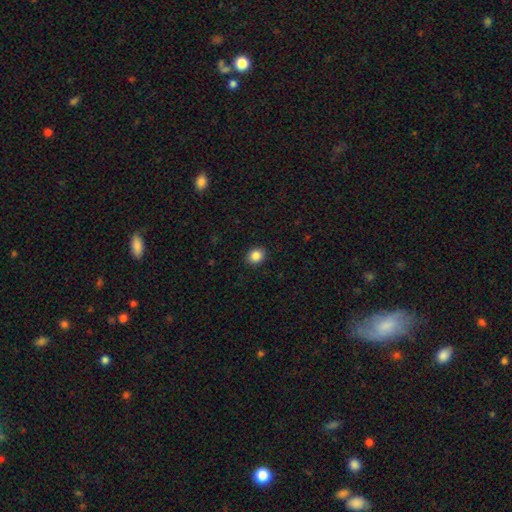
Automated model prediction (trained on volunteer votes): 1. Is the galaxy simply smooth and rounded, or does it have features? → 86% smooth, 10% star or artifact, 4% featured or disk.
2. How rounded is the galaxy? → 70% round, 29% in between, 1% cigar-shaped.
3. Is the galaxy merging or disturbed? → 91% none, 6% minor disturbance, 2% major disturbance, 1% merger.